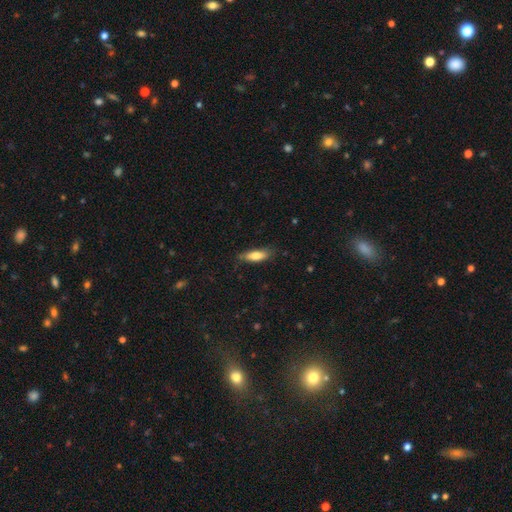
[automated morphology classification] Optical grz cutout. It shows a smooth galaxy with no disk features (77%) that is in between round and cigar-shaped (54%). Merging: none (74%).